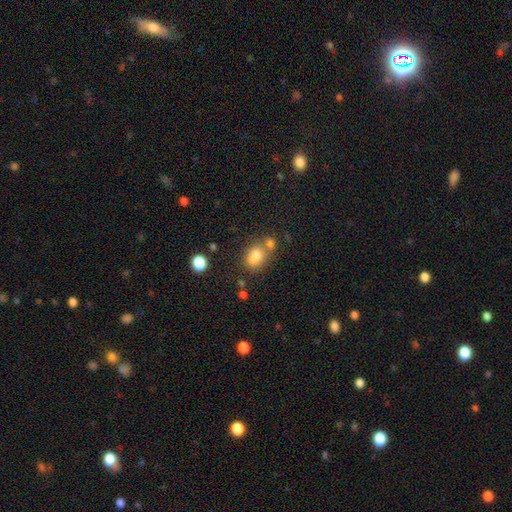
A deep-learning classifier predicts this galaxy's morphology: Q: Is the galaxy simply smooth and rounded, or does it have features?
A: smooth — 77%.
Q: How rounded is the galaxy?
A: in between — 58%.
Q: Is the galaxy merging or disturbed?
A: none — 45%.